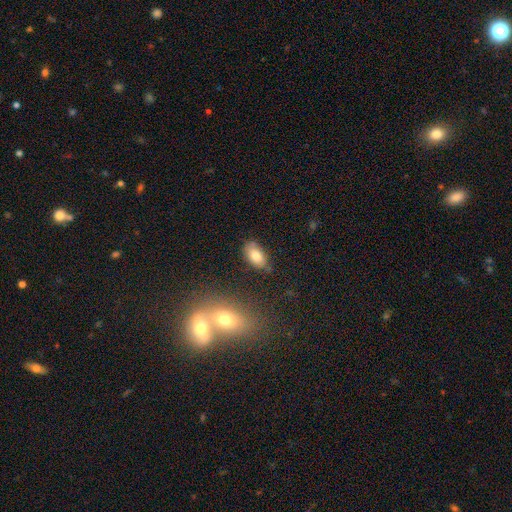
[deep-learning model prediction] Morphology: type=smooth (80%); roundness=in between (92%); merging=none (71%).